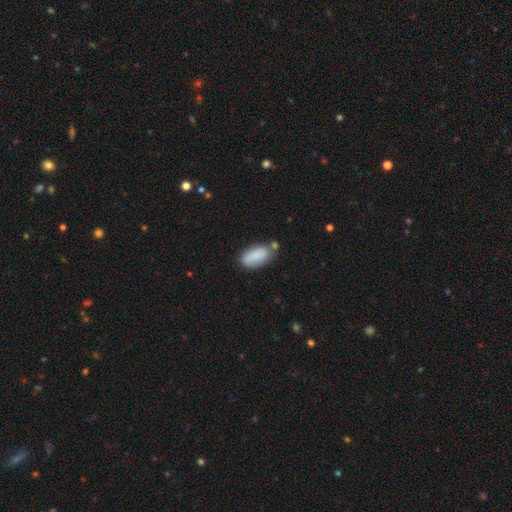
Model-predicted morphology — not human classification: smooth_or_featured: smooth (p=0.83) [alt: featured or disk p=0.11]
how_rounded: in between (p=0.91) [alt: cigar-shaped p=0.07]
merging: none (p=0.62) [alt: minor disturbance p=0.20]